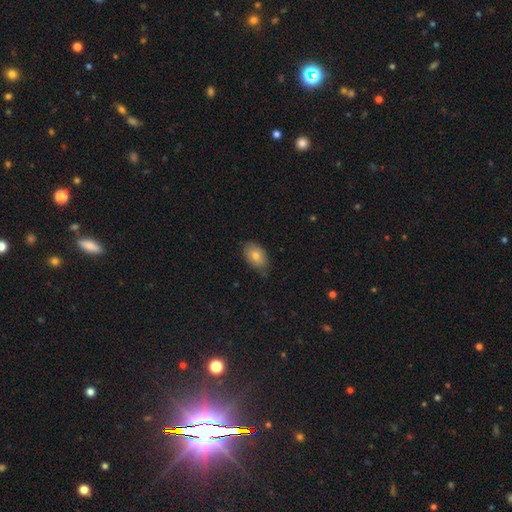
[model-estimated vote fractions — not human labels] This appears to be a smooth galaxy with no disk features (76%) that is in between round and cigar-shaped (89%). Merging: none (71%).